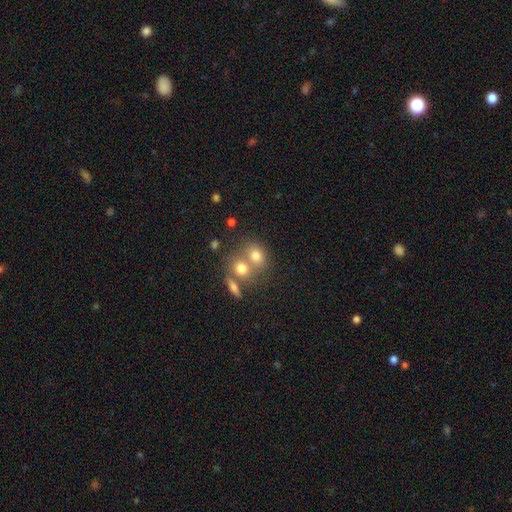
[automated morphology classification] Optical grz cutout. It shows a smooth galaxy with no disk features (74%) that is round (60%). Merging: merger (49%).